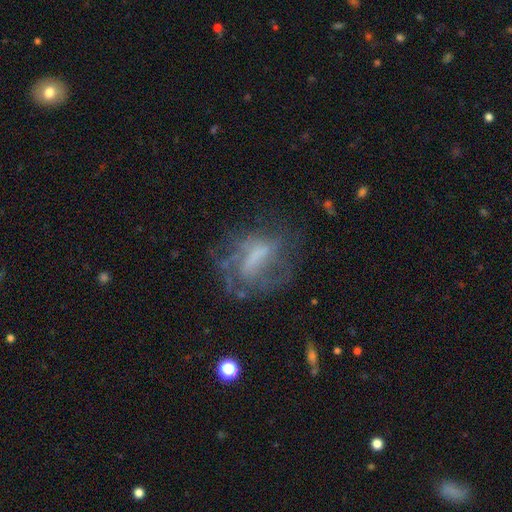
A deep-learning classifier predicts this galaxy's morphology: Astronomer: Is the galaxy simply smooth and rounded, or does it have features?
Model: featured or disk — 62%.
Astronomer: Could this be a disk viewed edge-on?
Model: no — 92%.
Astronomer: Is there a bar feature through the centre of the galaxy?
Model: weak — 35% (runner-up: no, 33%).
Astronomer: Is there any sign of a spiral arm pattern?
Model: yes — 56% (runner-up: no, 44%).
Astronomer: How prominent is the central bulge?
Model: none — 48%.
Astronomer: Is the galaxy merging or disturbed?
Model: none — 50% (runner-up: major disturbance, 27%).